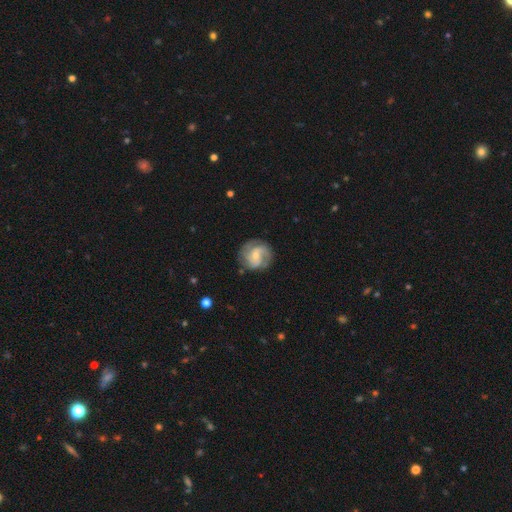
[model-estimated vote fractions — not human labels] Overall: featured or disk (79%). Edge-on disk: no (98%). Bar: no (56%; weak 37%). Spiral arms: yes (95%). Spiral arm count: 2 (40%; 3 32%). Spiral winding: medium (45%; tight 40%). Bulge size: small (59%; moderate 36%). Merging: none (77%).